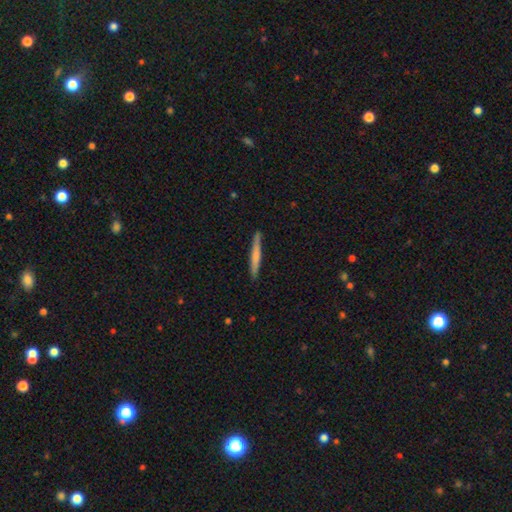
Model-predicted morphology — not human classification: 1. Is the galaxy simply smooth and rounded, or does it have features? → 59% smooth, 36% featured or disk, 5% star or artifact.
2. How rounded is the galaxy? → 96% cigar-shaped, 3% in between, 1% round.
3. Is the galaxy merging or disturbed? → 88% none, 9% minor disturbance, 2% major disturbance, 1% merger.